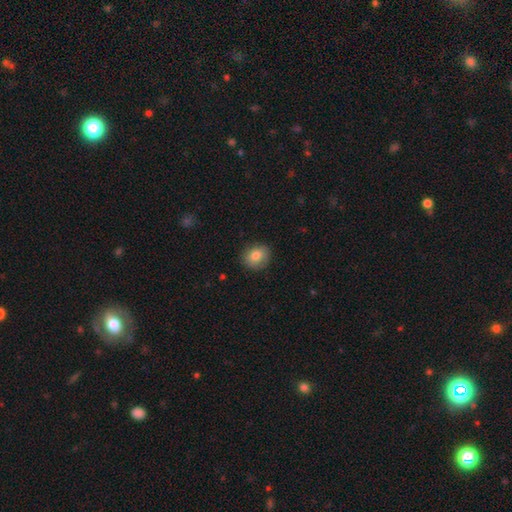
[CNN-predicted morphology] Q: Smooth or featured?
A: smooth (80%); runner-up: featured or disk (11%)
Q: How rounded?
A: round (68%); runner-up: in between (31%)
Q: Merging?
A: none (83%); runner-up: minor disturbance (13%)